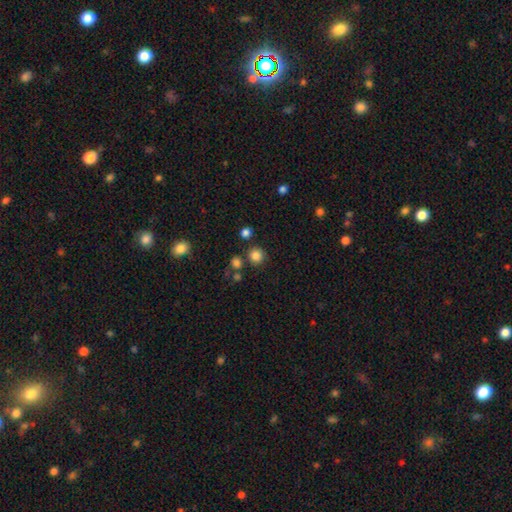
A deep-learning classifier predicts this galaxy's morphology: Smooth or featured: smooth — 83% (star or artifact — 13%)
How rounded: round — 93% (in between — 6%)
Merging: none — 82% (merger — 8%)